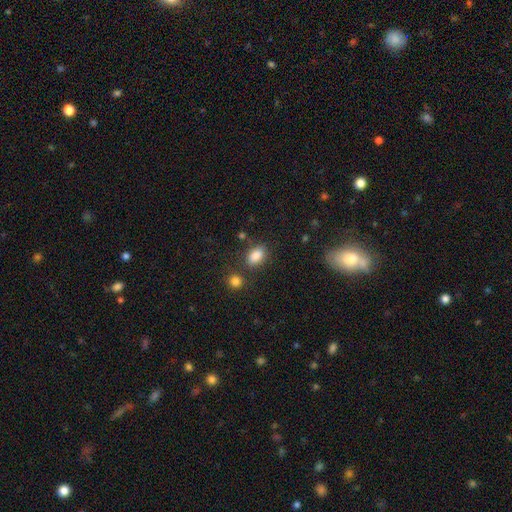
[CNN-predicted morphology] A smooth galaxy with no disk features (86%) that is in between round and cigar-shaped (87%). Merging: none (73%).